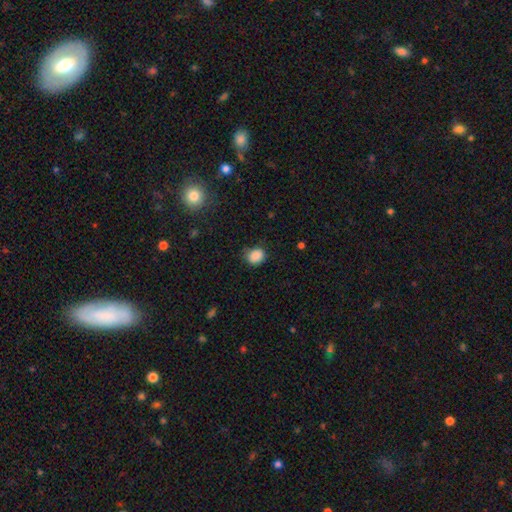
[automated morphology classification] The model was most divided on "how rounded": round: 63%, in between: 36%, cigar-shaped: 1%. More confident: smooth or featured — smooth (87%); merging — none (73%).